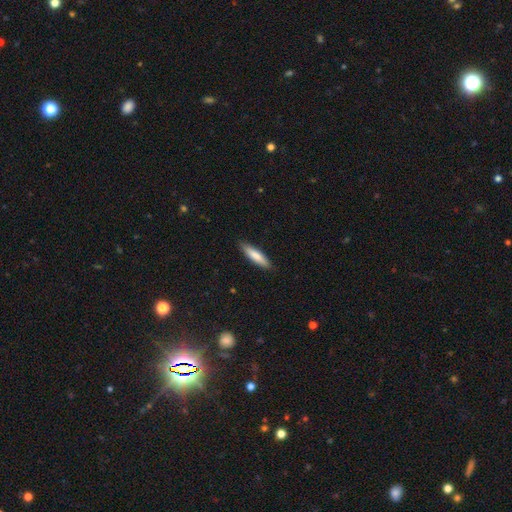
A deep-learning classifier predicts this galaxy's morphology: smooth_or_featured: smooth (p=0.79) [alt: featured or disk p=0.15]
how_rounded: cigar-shaped (p=0.78) [alt: in between p=0.20]
merging: none (p=0.89) [alt: minor disturbance p=0.09]